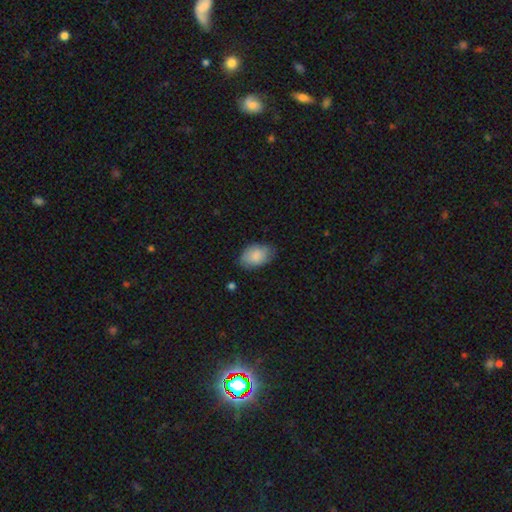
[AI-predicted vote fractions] Overall: smooth (86%). How rounded: in between (90%). Merging: none (74%).